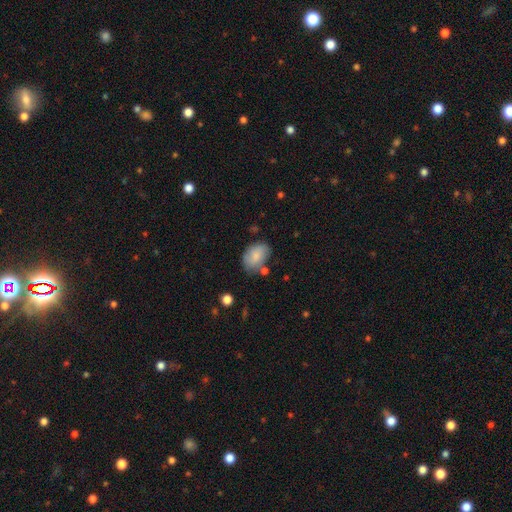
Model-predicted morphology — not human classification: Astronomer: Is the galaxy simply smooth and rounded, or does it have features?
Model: smooth — 81%.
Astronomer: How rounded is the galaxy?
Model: in between — 81%.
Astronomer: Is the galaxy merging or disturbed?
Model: none — 65%.